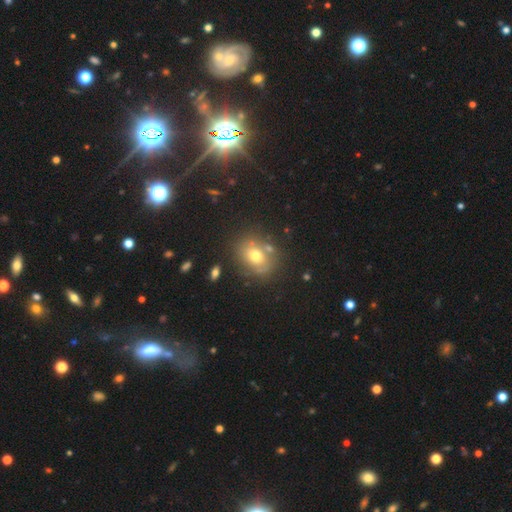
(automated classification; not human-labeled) smooth_or_featured: smooth (p=0.66) [alt: featured or disk p=0.21]
how_rounded: in between (p=0.54) [alt: round p=0.45]
merging: none (p=0.71) [alt: minor disturbance p=0.15]